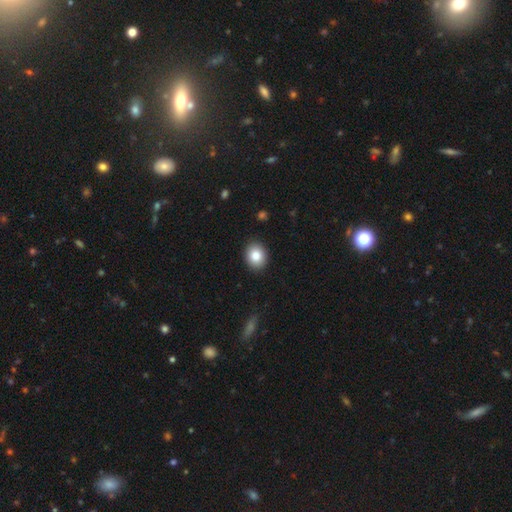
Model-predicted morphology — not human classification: smooth_or_featured: smooth (p=0.83) [alt: star or artifact p=0.09]
how_rounded: round (p=0.56) [alt: in between p=0.43]
merging: none (p=0.90) [alt: minor disturbance p=0.07]